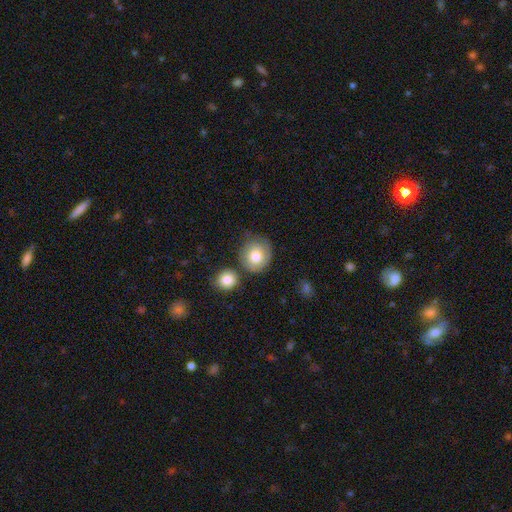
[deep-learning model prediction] Morphology: type=smooth (76%); roundness=round (83%); merging=none (62%).